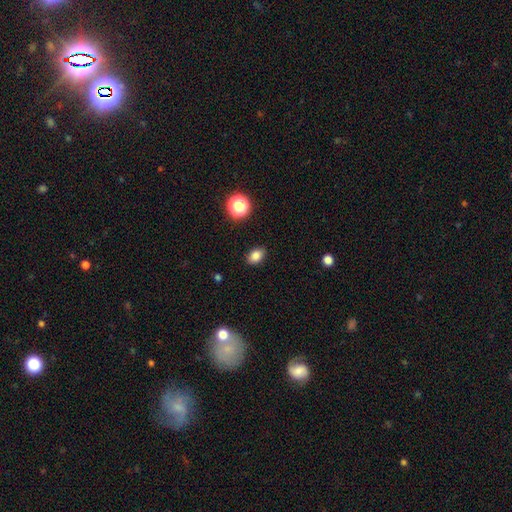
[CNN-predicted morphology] A smooth galaxy with no disk features (83%) that is in between round and cigar-shaped (77%).

Vote fractions:
- Smooth or featured? smooth: 83% / star or artifact: 11% / featured or disk: 5%
- How rounded? in between: 77% / round: 22% / cigar-shaped: 1%
- Merging? none: 87% / minor disturbance: 9% / major disturbance: 2% / merger: 1%